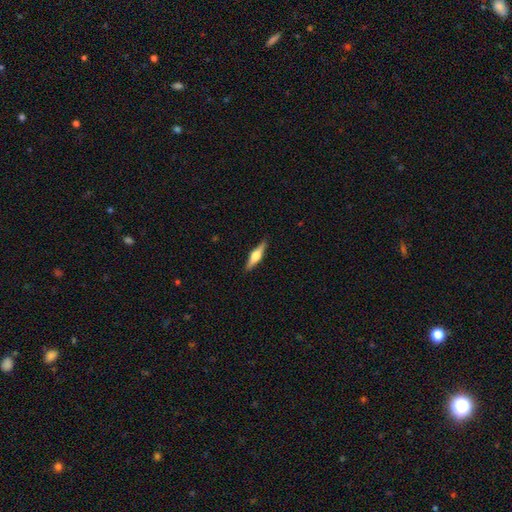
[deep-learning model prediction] A featured or disk galaxy (63%) viewed edge-on (97%) with a rounded central bulge (91%). Merging: none (89%).